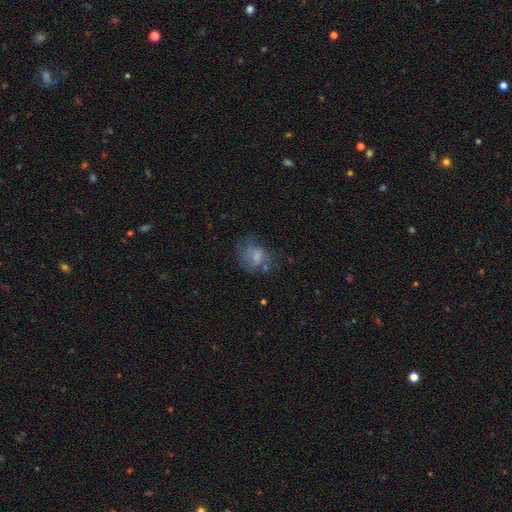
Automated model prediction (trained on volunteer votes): This appears to be a smooth galaxy with no disk features (60%) that is in between round and cigar-shaped (53%). Merging: none (41%).